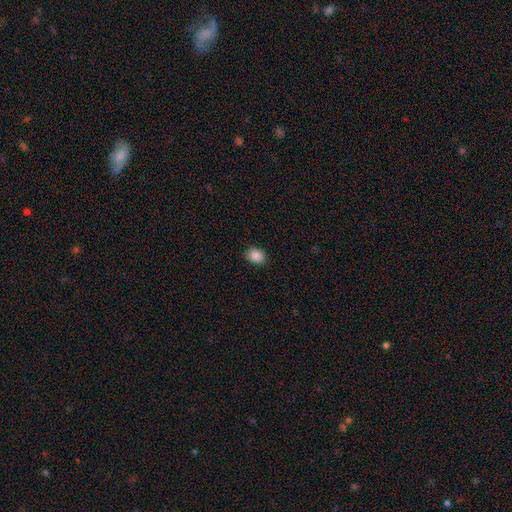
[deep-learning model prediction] This is clearly a smooth galaxy (86%). How rounded: likely in between (61%). Merging: clearly none (89%).